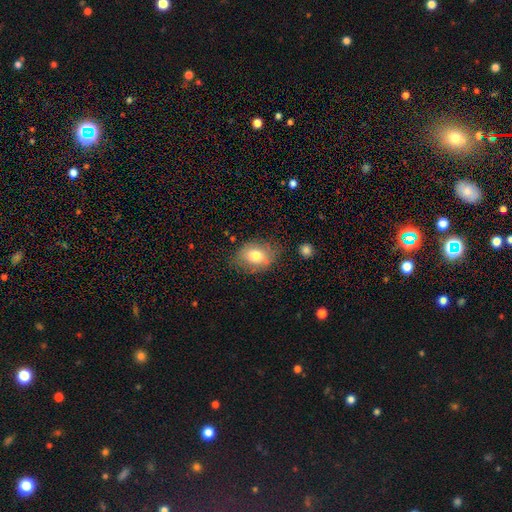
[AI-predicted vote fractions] A smooth galaxy with no disk features (75%) that is in between round and cigar-shaped (69%).

Vote fractions:
- Smooth or featured? smooth: 75% / featured or disk: 17% / star or artifact: 9%
- How rounded? in between: 69% / round: 29% / cigar-shaped: 1%
- Merging? none: 69% / minor disturbance: 22% / major disturbance: 7% / merger: 3%